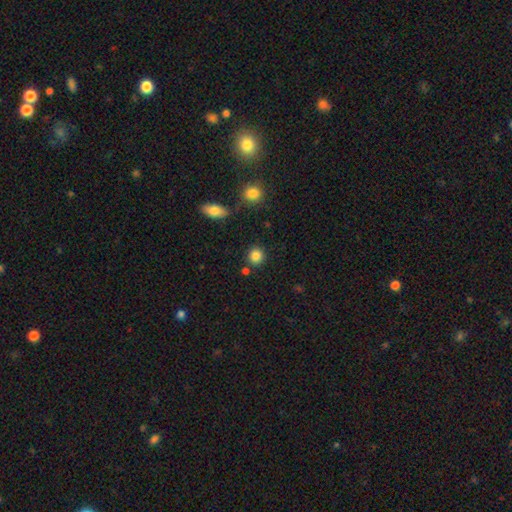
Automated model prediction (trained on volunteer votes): Overall: smooth (85%). How rounded: round (89%). Merging: none (85%).